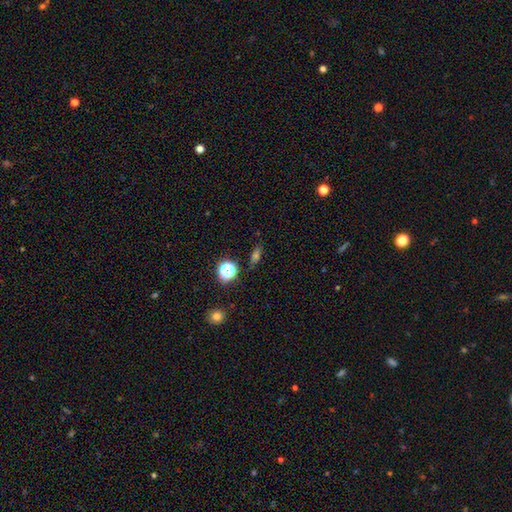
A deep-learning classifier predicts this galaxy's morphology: The model was most divided on "smooth or featured": smooth: 48%, star or artifact: 36%, featured or disk: 16%. More confident: merging — none (85%).